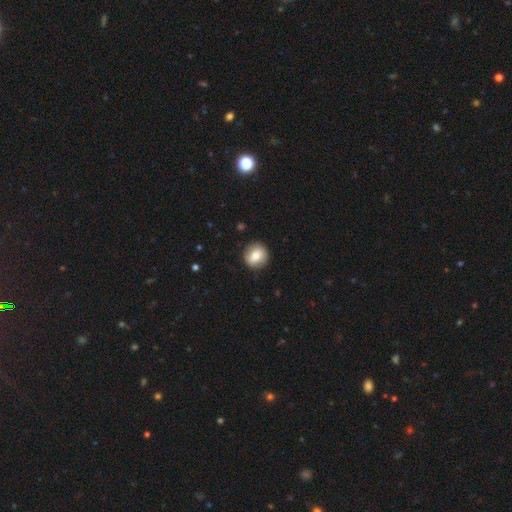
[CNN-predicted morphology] type=smooth (75%); roundness=round (89%); merging=none (87%).